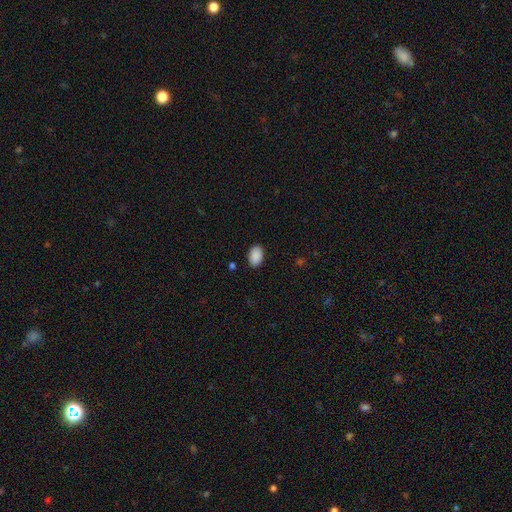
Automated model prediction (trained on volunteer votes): This appears to be a smooth galaxy with no disk features (90%) that is in between round and cigar-shaped (88%). Merging: none (88%).